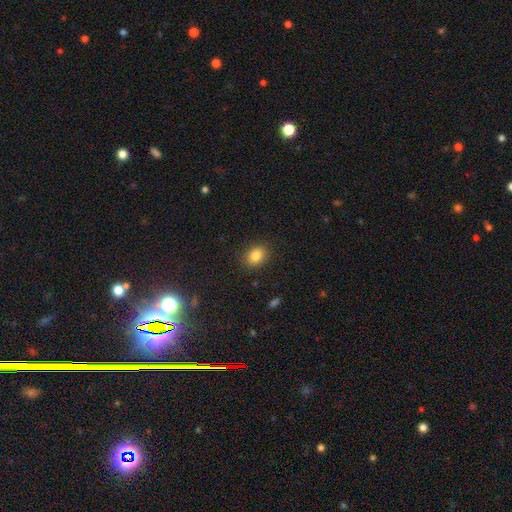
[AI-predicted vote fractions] Smooth or featured: smooth — 84% (star or artifact — 10%)
How rounded: in between — 56% (round — 43%)
Merging: none — 87% (minor disturbance — 9%)